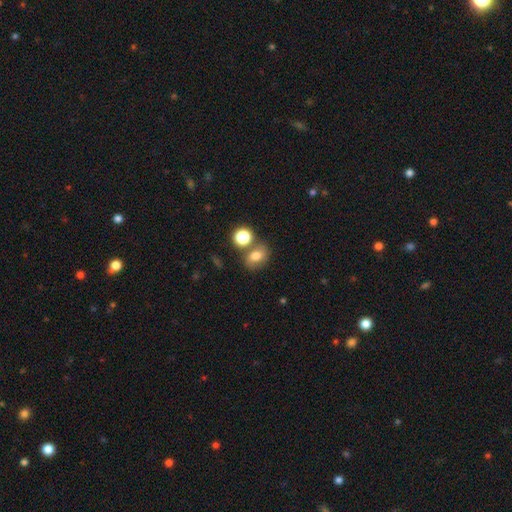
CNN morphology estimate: A smooth galaxy with no disk features (72%) that is in between round and cigar-shaped (58%).

Vote fractions:
- Smooth or featured? smooth: 72% / featured or disk: 14% / star or artifact: 13%
- How rounded? in between: 58% / round: 40% / cigar-shaped: 2%
- Merging? none: 61% / merger: 19% / minor disturbance: 14% / major disturbance: 5%